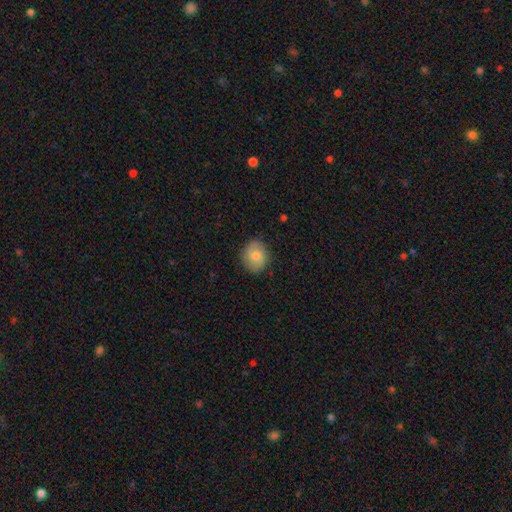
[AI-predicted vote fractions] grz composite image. It shows a smooth galaxy with no disk features (74%) that is round (69%). Merging: none (85%).